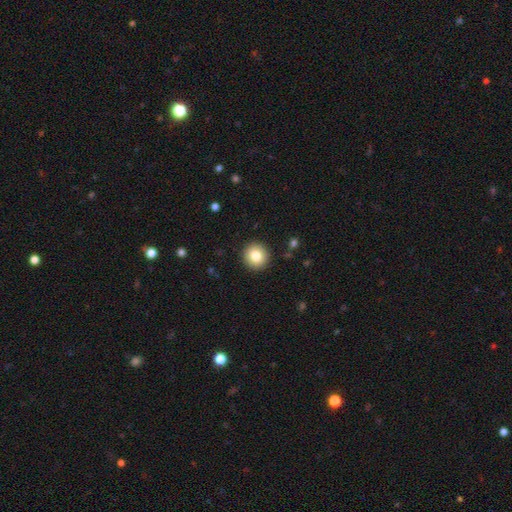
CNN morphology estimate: Smooth or featured? Predicted: smooth (p=0.81). How rounded? Predicted: round (p=0.93). Merging? Predicted: none (p=0.92).